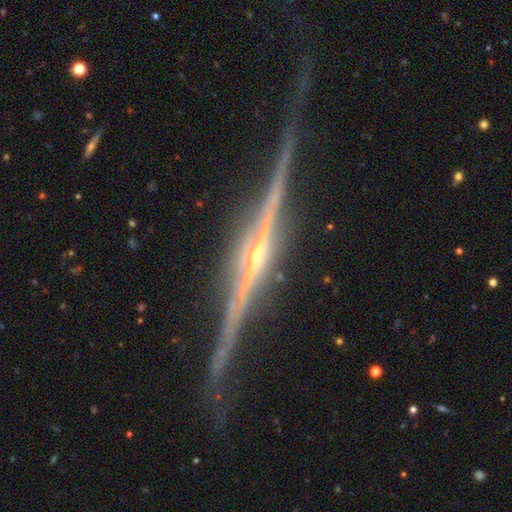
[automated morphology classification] featured or disk 92%, star or artifact 5%, smooth 3%. Down the decision tree: edge-on disk — yes (98%); edge-on bulge — rounded (73%); merging — none (82%).